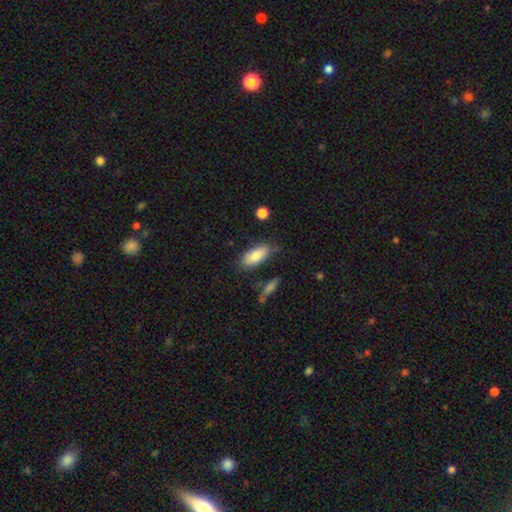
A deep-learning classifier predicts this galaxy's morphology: A smooth galaxy with no disk features (83%) that is in between round and cigar-shaped (82%).

Vote fractions:
- Smooth or featured? smooth: 83% / featured or disk: 11% / star or artifact: 6%
- How rounded? in between: 82% / cigar-shaped: 16% / round: 2%
- Merging? none: 74% / minor disturbance: 18% / major disturbance: 4% / merger: 4%